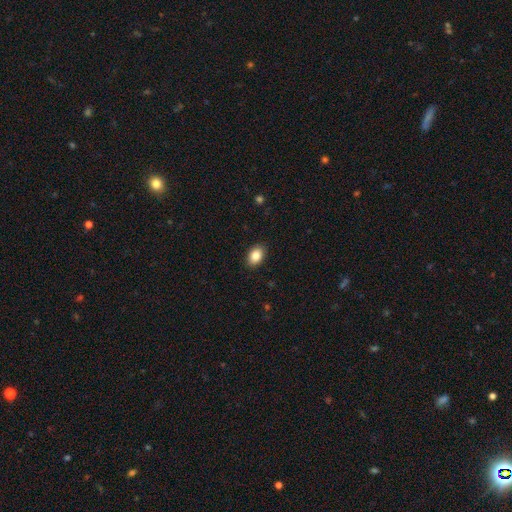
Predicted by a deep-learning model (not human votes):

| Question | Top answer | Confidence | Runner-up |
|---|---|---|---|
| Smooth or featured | smooth | 86% | star or artifact (8%) |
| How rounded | in between | 85% | round (13%) |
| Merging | none | 90% | minor disturbance (8%) |